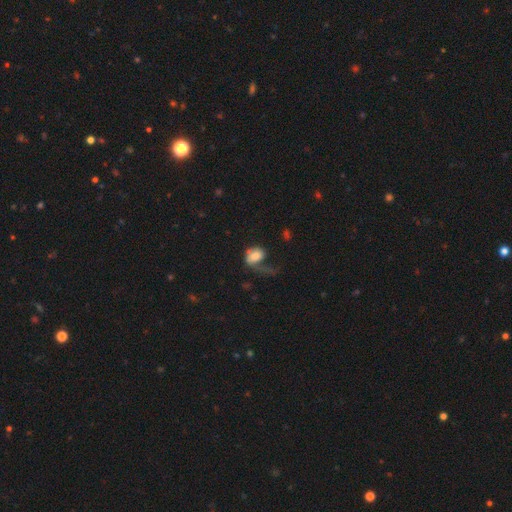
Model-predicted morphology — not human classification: type=smooth (67%); roundness=in between (72%); merging=major disturbance (56%).